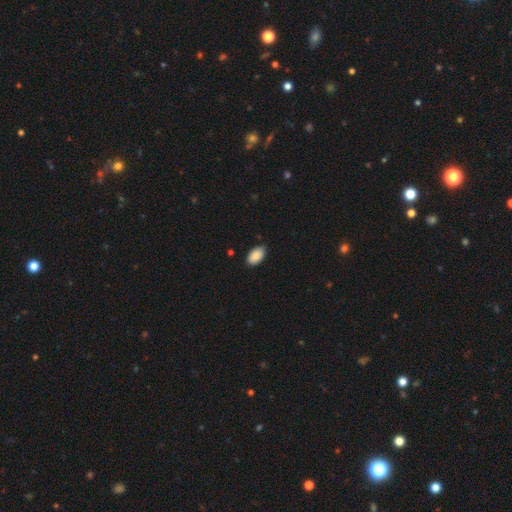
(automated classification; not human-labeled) smooth-or-featured: smooth: 88% | star or artifact: 7% | featured or disk: 5%
  how-rounded: in between: 94% | round: 5% | cigar-shaped: 1%
  merging: none: 82% | minor disturbance: 14% | major disturbance: 2% | merger: 1%